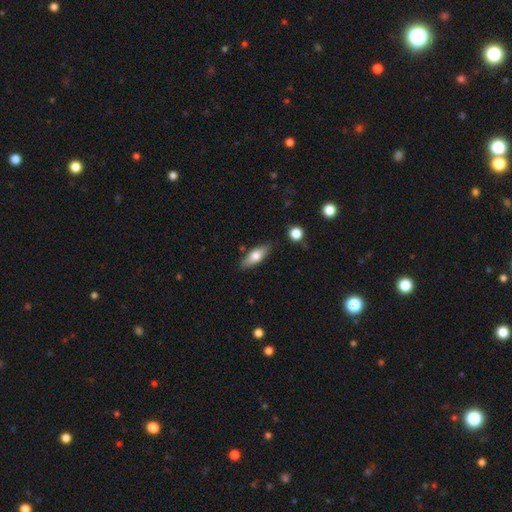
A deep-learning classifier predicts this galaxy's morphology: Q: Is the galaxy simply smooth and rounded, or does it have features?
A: smooth — 65%.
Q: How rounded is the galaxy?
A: in between — 61%.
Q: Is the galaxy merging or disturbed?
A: none — 83%.